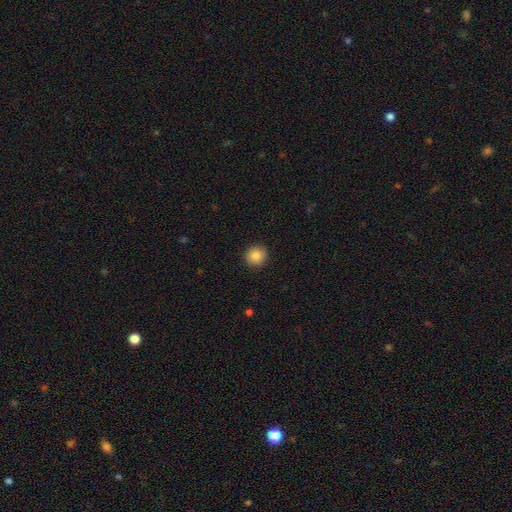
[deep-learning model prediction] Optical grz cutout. It shows a smooth galaxy with no disk features (85%) that is round (90%). Merging: none (92%).